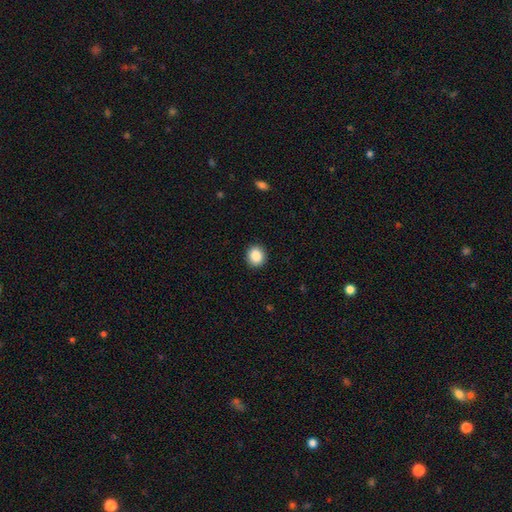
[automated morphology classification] smooth_or_featured: smooth (p=0.87) [alt: star or artifact p=0.09]
how_rounded: round (p=0.83) [alt: in between p=0.16]
merging: none (p=0.91) [alt: minor disturbance p=0.06]